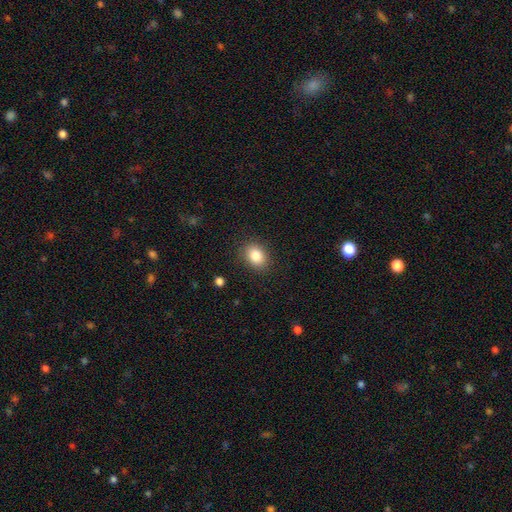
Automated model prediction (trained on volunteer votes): The model was most divided on "how rounded": in between: 57%, round: 42%, cigar-shaped: 1%. More confident: merging — none (87%); smooth or featured — smooth (85%).